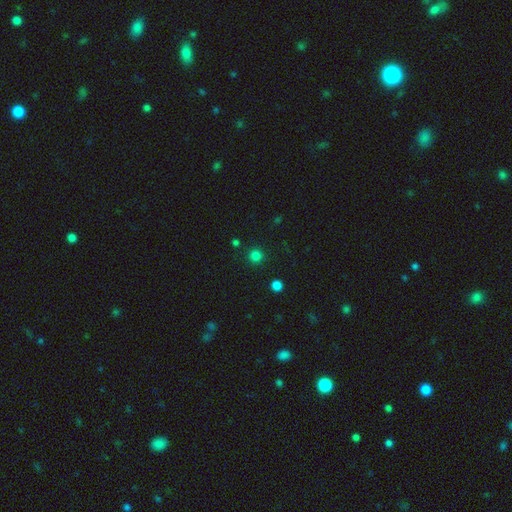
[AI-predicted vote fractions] Smooth or featured? smooth (80%)
How rounded? round (95%)
Merging? none (90%)